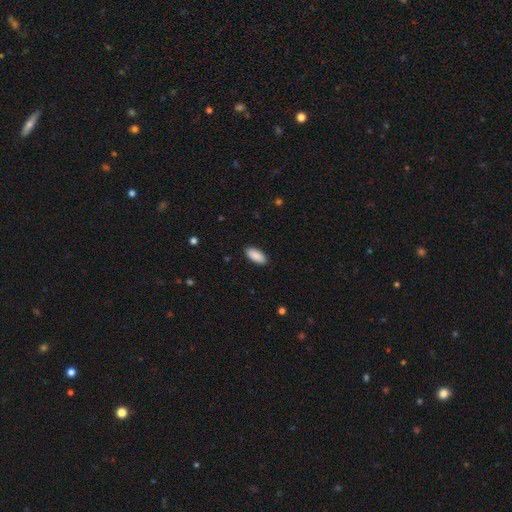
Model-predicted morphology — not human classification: A smooth galaxy with no disk features (91%) that is in between round and cigar-shaped (87%). Merging: none (90%).